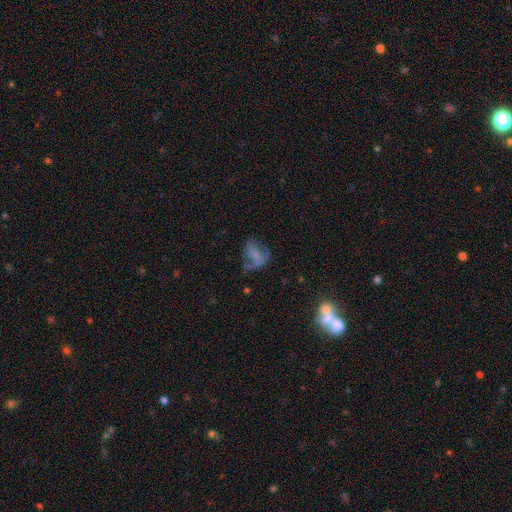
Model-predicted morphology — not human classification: A smooth galaxy with no disk features (44%). Merging: major disturbance (41%).